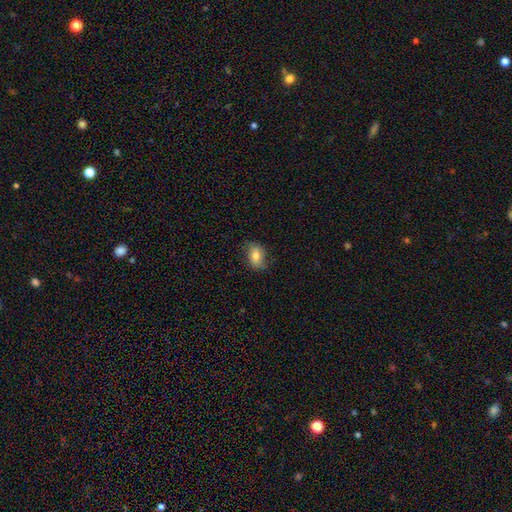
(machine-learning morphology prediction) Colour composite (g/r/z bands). It shows a smooth galaxy with no disk features (72%) that is in between round and cigar-shaped (79%). Merging: none (75%).